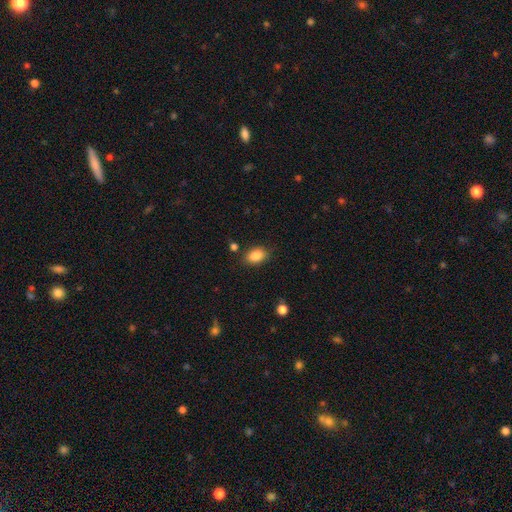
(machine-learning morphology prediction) Smooth or featured?
  - smooth: 87% *
  - star or artifact: 8%
  - featured or disk: 5%
How rounded?
  - in between: 85% *
  - round: 14%
  - cigar-shaped: 1%
Merging?
  - none: 83% *
  - minor disturbance: 12%
  - major disturbance: 3%
  - merger: 2%